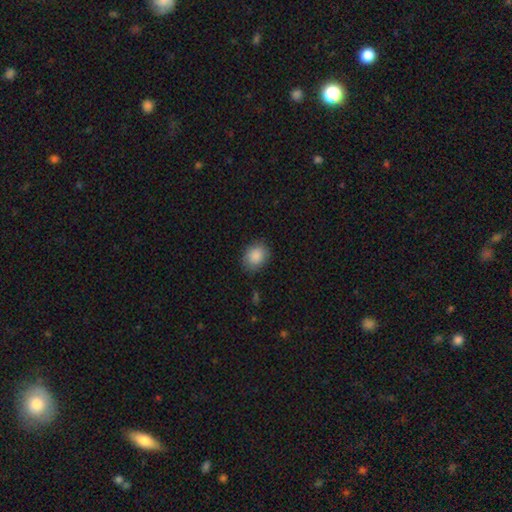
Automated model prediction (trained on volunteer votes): A smooth galaxy with no disk features (88%) that is round (52%).

Vote fractions:
- Smooth or featured? smooth: 88% / star or artifact: 8% / featured or disk: 4%
- How rounded? round: 52% / in between: 47% / cigar-shaped: 1%
- Merging? none: 84% / minor disturbance: 12% / major disturbance: 3% / merger: 1%